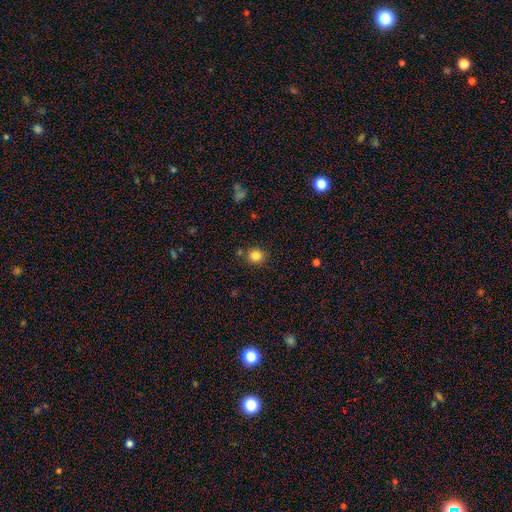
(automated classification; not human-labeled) This is clearly a smooth galaxy (83%). How rounded: clearly round (83%). Merging: clearly none (83%).